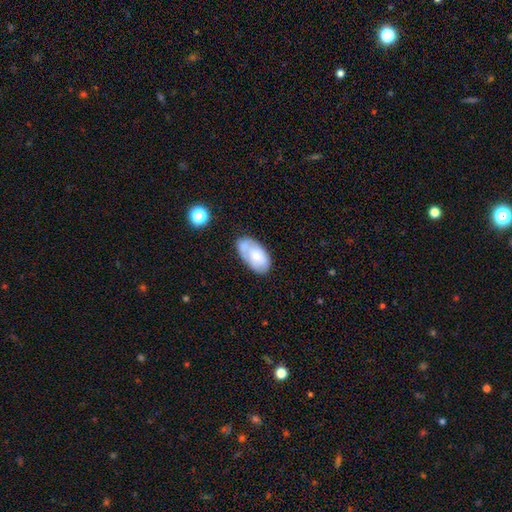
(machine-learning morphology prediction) This is likely a smooth galaxy (62%). How rounded: clearly in between (94%). Merging: likely none (66%).